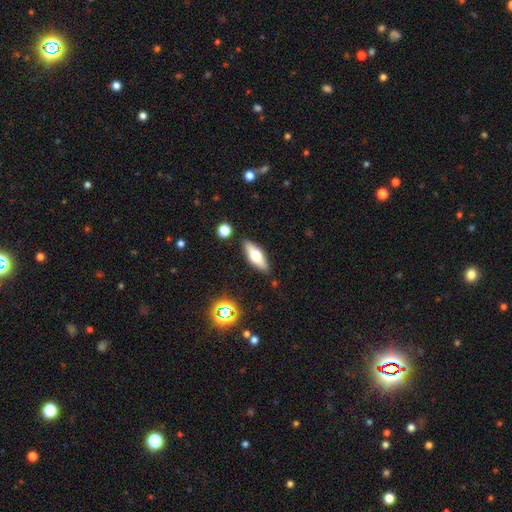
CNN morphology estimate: Smooth or featured?
  - smooth: 55% *
  - featured or disk: 37%
  - star or artifact: 8%
How rounded?
  - in between: 64% *
  - cigar-shaped: 33%
  - round: 3%
Merging?
  - none: 86% *
  - minor disturbance: 9%
  - merger: 2%
  - major disturbance: 2%